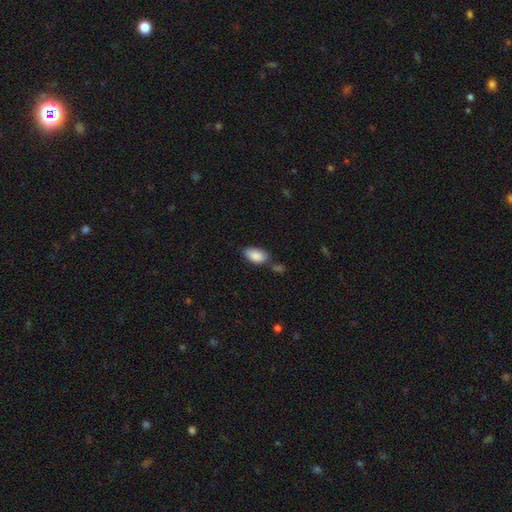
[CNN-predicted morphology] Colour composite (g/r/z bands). It shows a smooth galaxy with no disk features (88%) that is in between round and cigar-shaped (94%). Merging: none (61%).